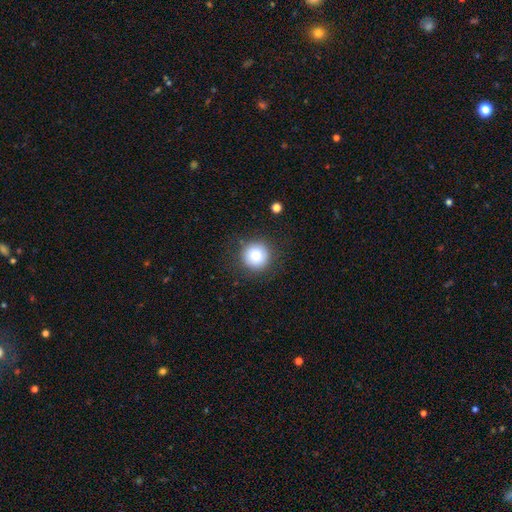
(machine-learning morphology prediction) A smooth galaxy with no disk features (79%) that is round (96%). Merging: none (86%).